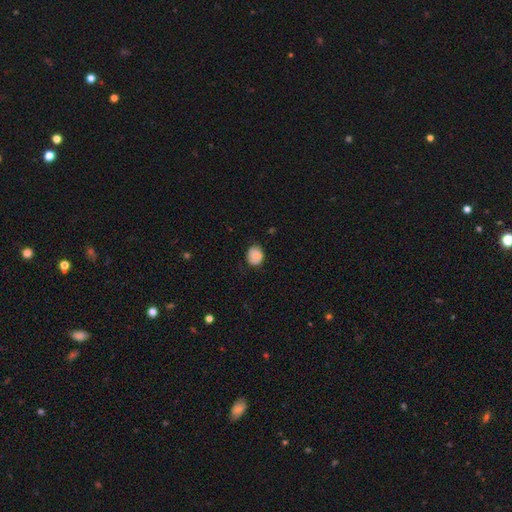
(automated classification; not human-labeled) Smooth or featured? smooth (79%)
How rounded? round (53%)
Merging? none (66%)